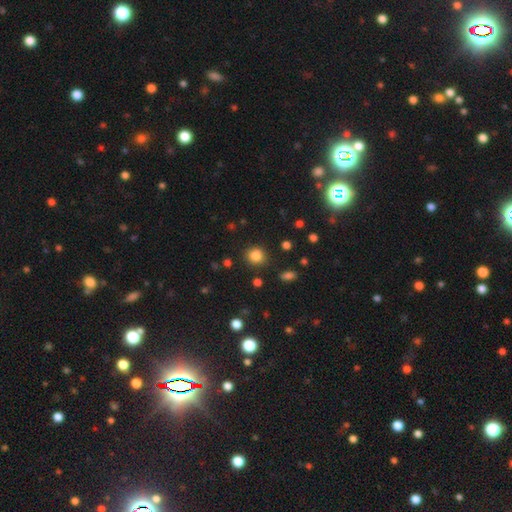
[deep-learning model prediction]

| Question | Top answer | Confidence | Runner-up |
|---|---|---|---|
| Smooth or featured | smooth | 84% | star or artifact (12%) |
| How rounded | round | 85% | in between (14%) |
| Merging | none | 86% | minor disturbance (9%) |